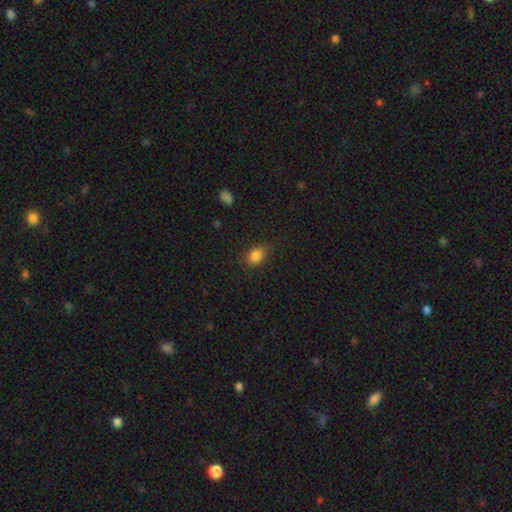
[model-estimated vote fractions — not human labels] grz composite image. It shows a smooth galaxy with no disk features (84%) that is in between round and cigar-shaped (73%). Merging: none (78%).